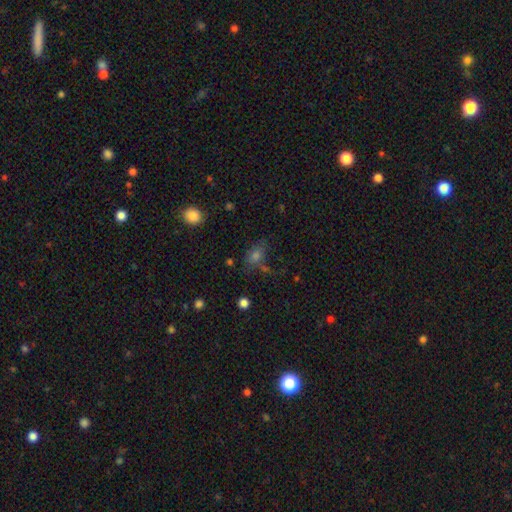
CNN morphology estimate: Smooth or featured: smooth — 67% (star or artifact — 21%)
How rounded: in between — 69% (round — 27%)
Merging: none — 65% (minor disturbance — 18%)